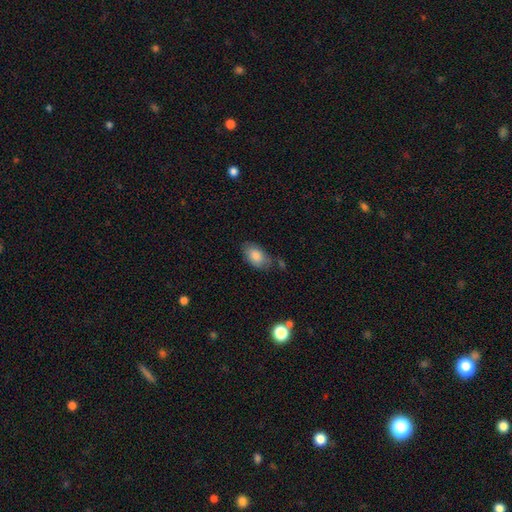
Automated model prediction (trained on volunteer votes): smooth_or_featured: smooth (p=0.84) [alt: featured or disk p=0.10]
how_rounded: in between (p=0.92) [alt: round p=0.06]
merging: none (p=0.67) [alt: minor disturbance p=0.22]